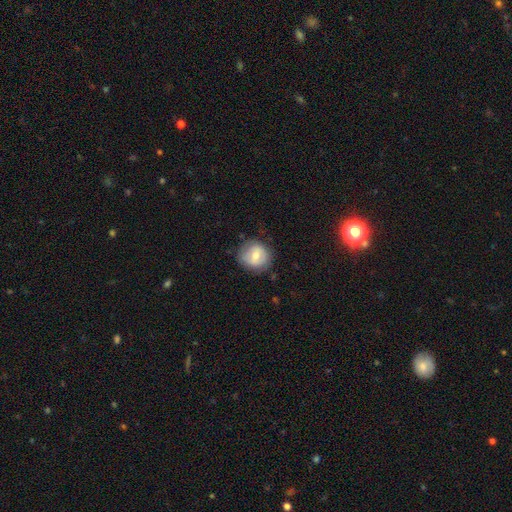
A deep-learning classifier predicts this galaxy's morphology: This is likely a smooth galaxy (70%). How rounded: clearly round (84%). Merging: likely none (78%).